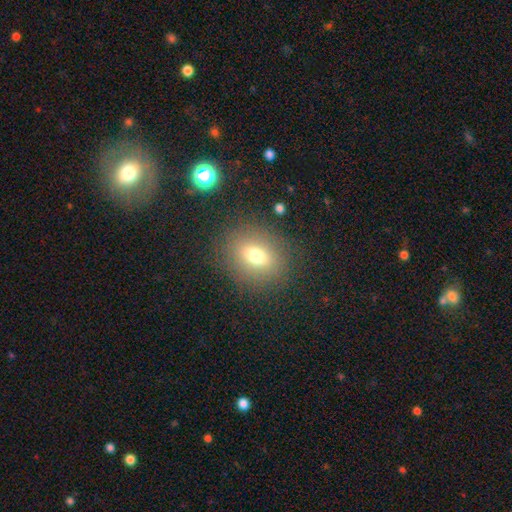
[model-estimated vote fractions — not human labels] Smooth or featured? Predicted: smooth (p=0.69). How rounded? Predicted: round (p=0.49, tied with in between). Merging? Predicted: none (p=0.84).